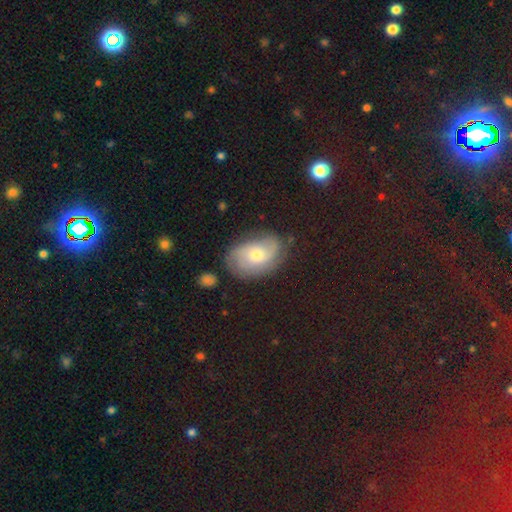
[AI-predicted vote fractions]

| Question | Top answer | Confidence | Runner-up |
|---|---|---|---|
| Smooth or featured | featured or disk | 44% | smooth (28%) |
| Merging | none | 74% | minor disturbance (19%) |